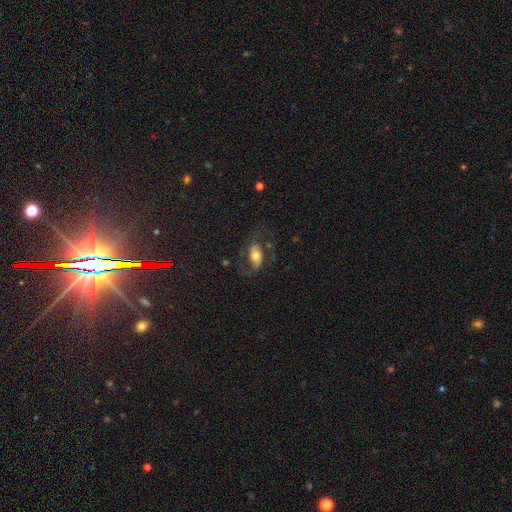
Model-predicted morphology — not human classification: Q: Smooth or featured?
A: featured or disk (52%); runner-up: smooth (39%)
Q: Edge-on disk?
A: no (92%); runner-up: yes (8%)
Q: Merging?
A: none (56%); runner-up: major disturbance (23%)